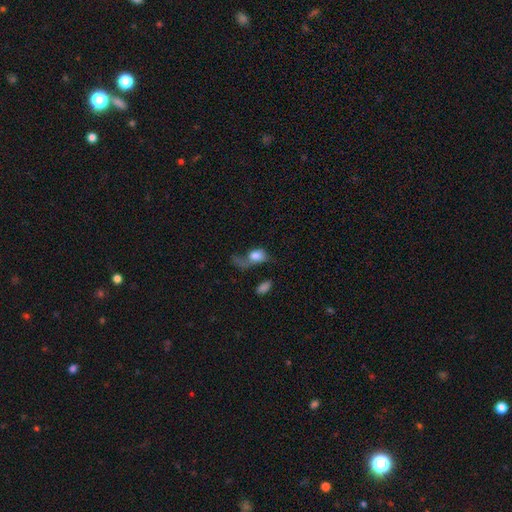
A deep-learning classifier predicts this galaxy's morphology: smooth 66%, featured or disk 24%, star or artifact 10%. Down the decision tree: how rounded — in between (73%); merging — major disturbance (53%).